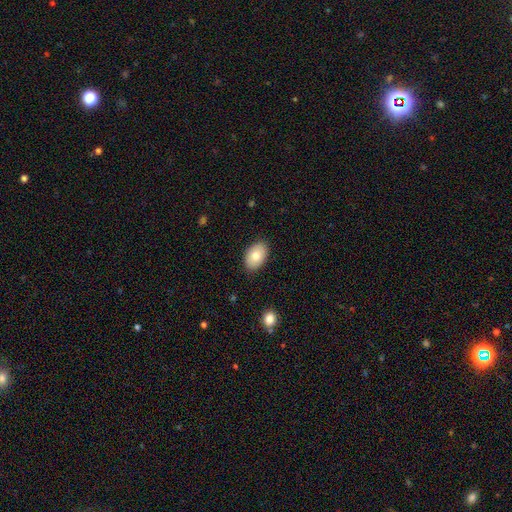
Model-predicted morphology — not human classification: Smooth or featured?
  - smooth: 81% *
  - featured or disk: 13%
  - star or artifact: 7%
How rounded?
  - in between: 91% *
  - round: 8%
  - cigar-shaped: 1%
Merging?
  - none: 87% *
  - minor disturbance: 10%
  - major disturbance: 2%
  - merger: 1%